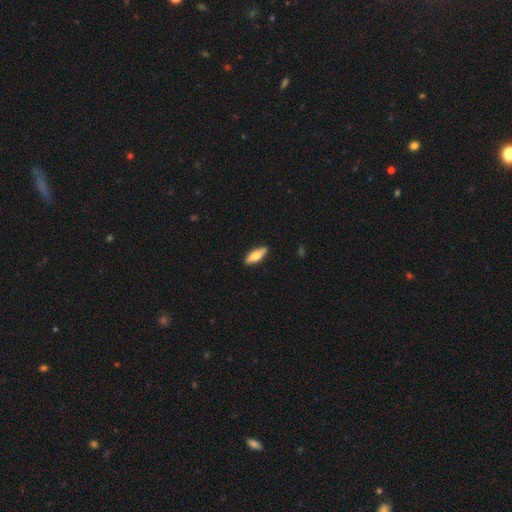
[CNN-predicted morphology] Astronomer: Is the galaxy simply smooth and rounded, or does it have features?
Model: smooth — 72%.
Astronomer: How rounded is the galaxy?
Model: in between — 63%.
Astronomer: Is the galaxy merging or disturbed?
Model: none — 87%.